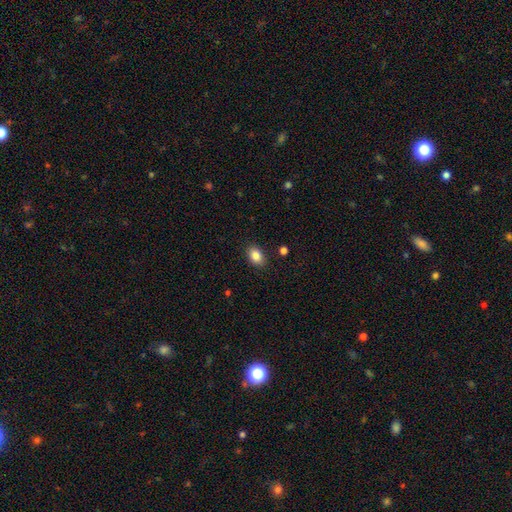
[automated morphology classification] This appears to be a smooth galaxy with no disk features (85%) that is in between round and cigar-shaped (78%). Merging: none (88%).